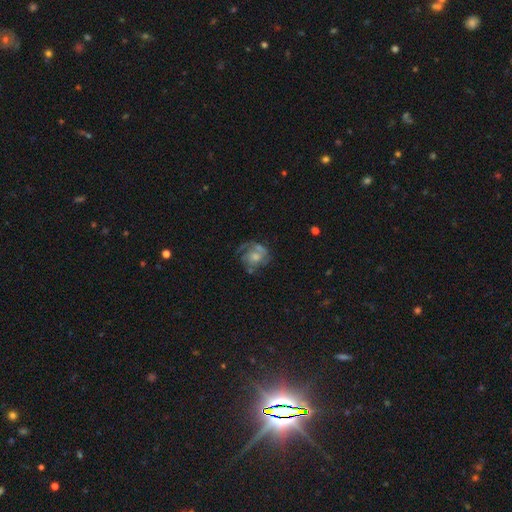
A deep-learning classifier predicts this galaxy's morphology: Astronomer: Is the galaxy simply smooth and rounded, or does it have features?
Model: featured or disk — 69%.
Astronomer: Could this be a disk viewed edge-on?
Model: no — 98%.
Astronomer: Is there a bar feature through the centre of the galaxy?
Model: no — 75%.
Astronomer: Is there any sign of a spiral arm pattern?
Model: yes — 81%.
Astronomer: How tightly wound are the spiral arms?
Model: tight — 40% (runner-up: medium, 39%).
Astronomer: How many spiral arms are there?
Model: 2 — 31% (runner-up: can't tell, 27%).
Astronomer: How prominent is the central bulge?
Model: moderate — 49% (runner-up: small, 29%).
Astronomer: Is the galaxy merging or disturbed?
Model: none — 49%.